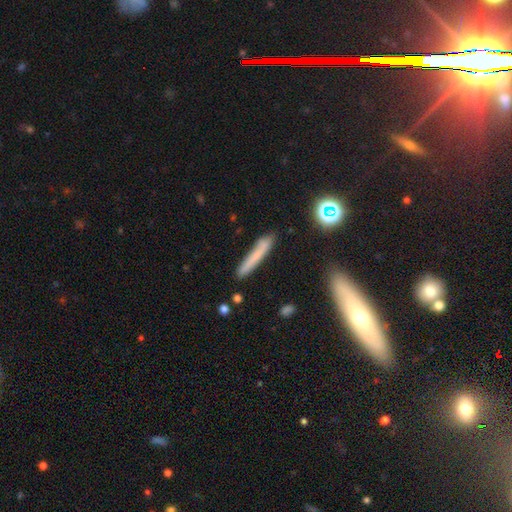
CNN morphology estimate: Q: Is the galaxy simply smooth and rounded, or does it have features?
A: smooth — 68%.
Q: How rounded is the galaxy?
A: cigar-shaped — 94%.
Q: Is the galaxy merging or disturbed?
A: none — 83%.